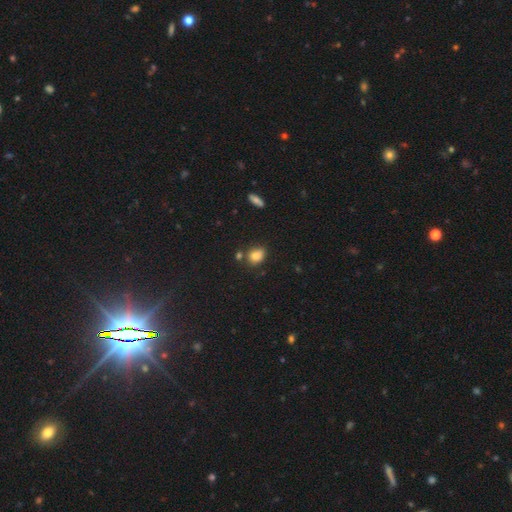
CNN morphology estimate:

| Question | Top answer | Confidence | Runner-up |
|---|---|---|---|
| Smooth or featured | smooth | 83% | star or artifact (11%) |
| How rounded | in between | 59% | round (40%) |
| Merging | none | 67% | minor disturbance (16%) |